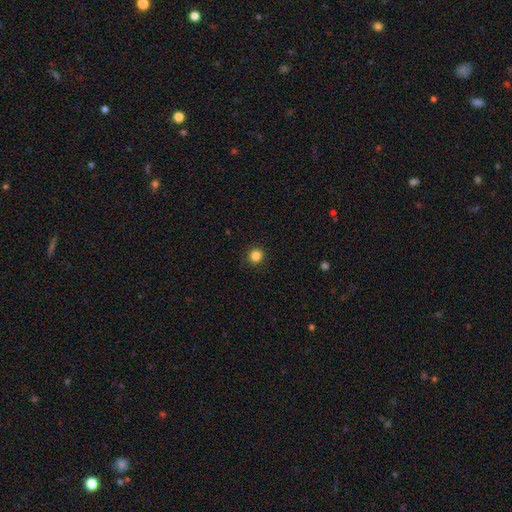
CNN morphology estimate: Q: Smooth or featured?
A: smooth (84%); runner-up: star or artifact (12%)
Q: How rounded?
A: round (94%); runner-up: in between (6%)
Q: Merging?
A: none (92%); runner-up: minor disturbance (6%)